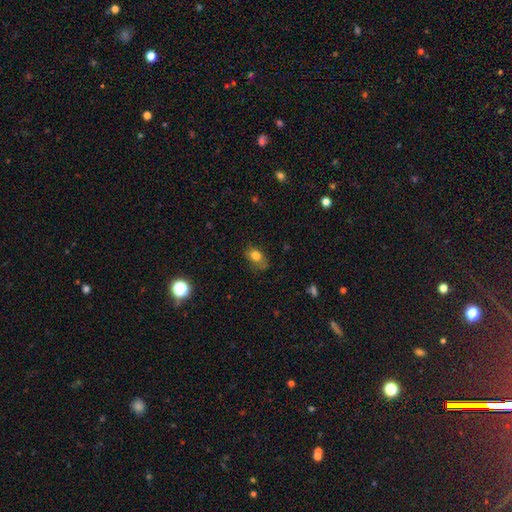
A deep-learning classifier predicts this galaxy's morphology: This is likely a smooth galaxy (79%). How rounded: likely in between (79%). Merging: possibly none (59%).